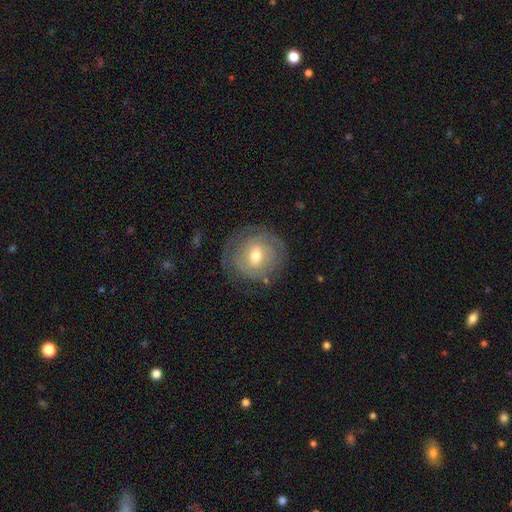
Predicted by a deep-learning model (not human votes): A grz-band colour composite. It shows a featured or disk galaxy (62%) with a weak bar (50%), spiral arms (67%) and a moderate central bulge (70%). Merging: none (71%).